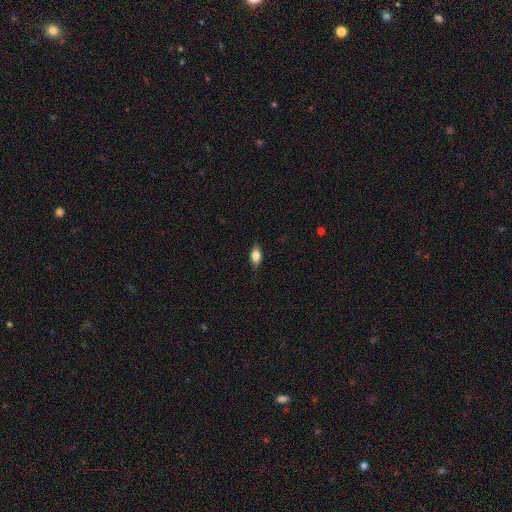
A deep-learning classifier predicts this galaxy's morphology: Q: Smooth or featured?
A: smooth (79%); runner-up: featured or disk (13%)
Q: How rounded?
A: in between (86%); runner-up: cigar-shaped (7%)
Q: Merging?
A: none (80%); runner-up: minor disturbance (16%)